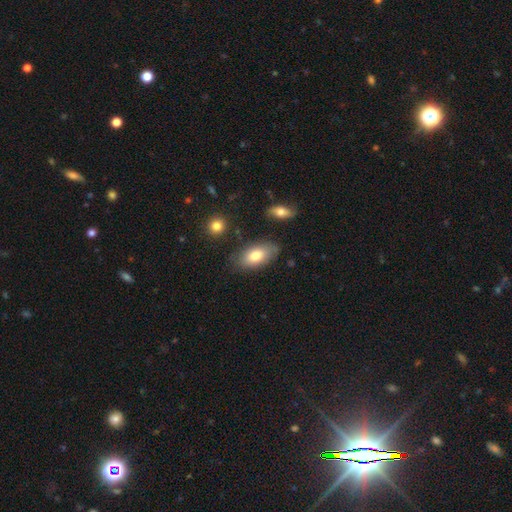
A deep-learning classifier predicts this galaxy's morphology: Overall: smooth (76%). How rounded: in between (93%). Merging: none (77%).